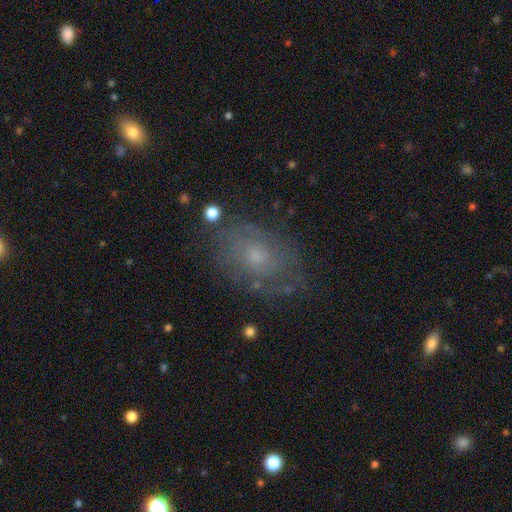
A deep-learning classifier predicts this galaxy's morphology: Overall: featured or disk (56%; smooth 29%). Edge-on disk: no (95%). Bar: no (82%). Spiral arms: yes (73%). Bulge size: small (54%; moderate 38%). Merging: none (74%).